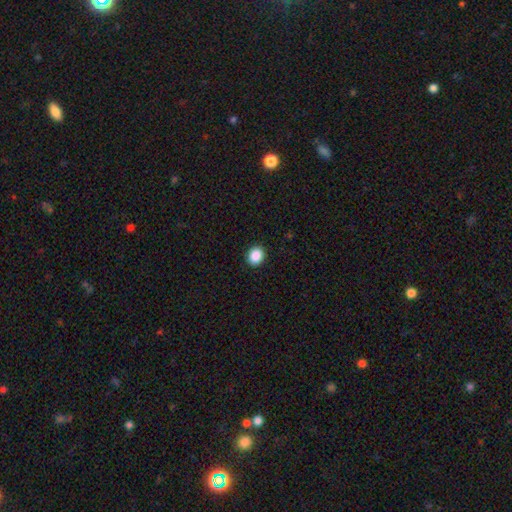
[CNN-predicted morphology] A smooth galaxy with no disk features (89%) that is round (55%).

Vote fractions:
- Smooth or featured? smooth: 89% / star or artifact: 8% / featured or disk: 3%
- How rounded? round: 55% / in between: 44% / cigar-shaped: 1%
- Merging? none: 92% / minor disturbance: 6% / major disturbance: 2% / merger: 1%